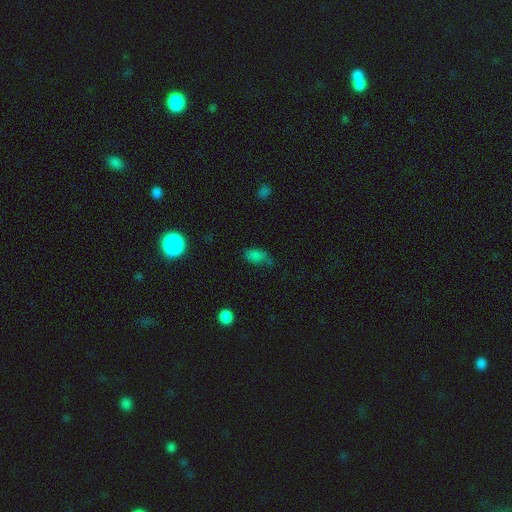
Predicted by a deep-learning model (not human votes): Smooth or featured?
  - smooth: 74% *
  - star or artifact: 18%
  - featured or disk: 8%
How rounded?
  - in between: 87% *
  - round: 9%
  - cigar-shaped: 5%
Merging?
  - none: 47% *
  - minor disturbance: 32%
  - major disturbance: 16%
  - merger: 5%